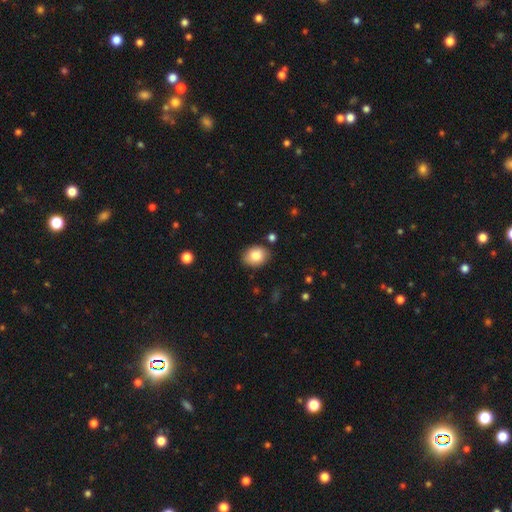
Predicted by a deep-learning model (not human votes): Smooth or featured: smooth — 83% (featured or disk — 9%)
How rounded: in between — 57% (round — 42%)
Merging: none — 84% (minor disturbance — 11%)